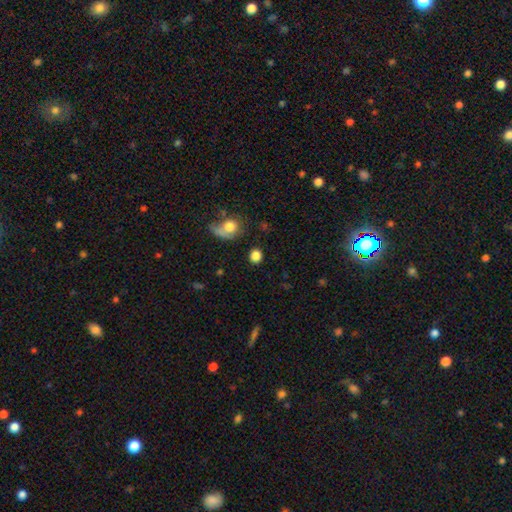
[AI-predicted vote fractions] Q: Smooth or featured?
A: smooth (84%); runner-up: star or artifact (11%)
Q: How rounded?
A: round (78%); runner-up: in between (21%)
Q: Merging?
A: none (82%); runner-up: minor disturbance (9%)